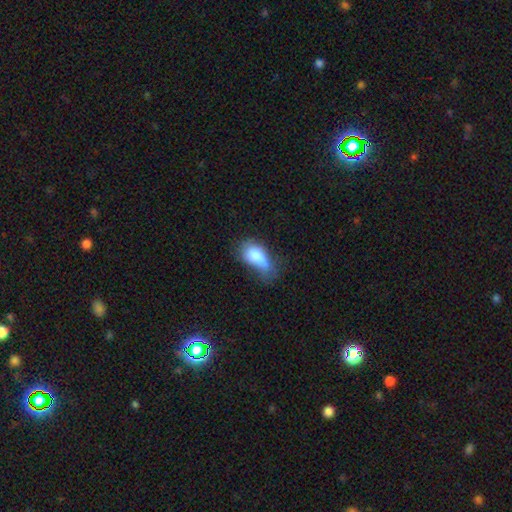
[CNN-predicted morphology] Smooth or featured: smooth — 74% (featured or disk — 18%)
How rounded: in between — 87% (round — 9%)
Merging: major disturbance — 36% (minor disturbance — 32%)